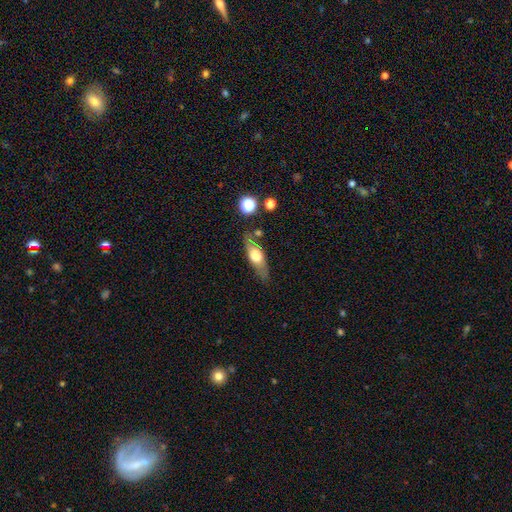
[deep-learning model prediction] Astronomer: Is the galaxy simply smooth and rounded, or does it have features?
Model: smooth — 48% (runner-up: featured or disk, 44%).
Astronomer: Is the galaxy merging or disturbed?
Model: none — 73%.